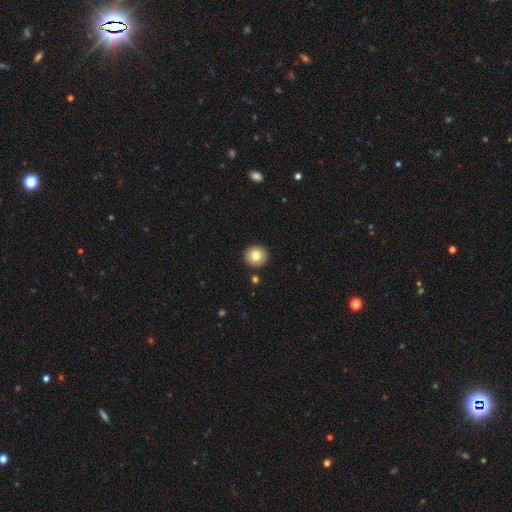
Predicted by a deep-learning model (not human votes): A smooth galaxy with no disk features (79%) that is round (93%). Merging: none (91%).